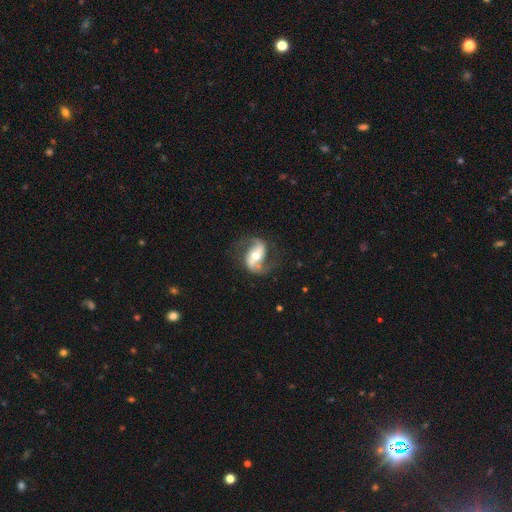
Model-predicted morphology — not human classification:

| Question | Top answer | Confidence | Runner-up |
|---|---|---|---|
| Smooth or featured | featured or disk | 85% | smooth (10%) |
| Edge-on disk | no | 96% | yes (4%) |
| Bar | strong | 40% | weak (32%) |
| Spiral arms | yes | 95% | no (5%) |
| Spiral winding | loose | 46% | medium (43%) |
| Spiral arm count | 2 | 92% | can't tell (3%) |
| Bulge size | moderate | 69% | small (19%) |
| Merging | none | 72% | minor disturbance (15%) |